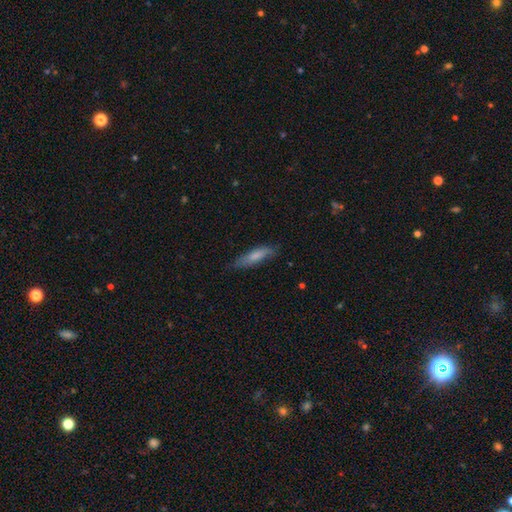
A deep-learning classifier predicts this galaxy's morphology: This appears to be a smooth galaxy with no disk features (73%) that is cigar-shaped (65%). Merging: none (70%).